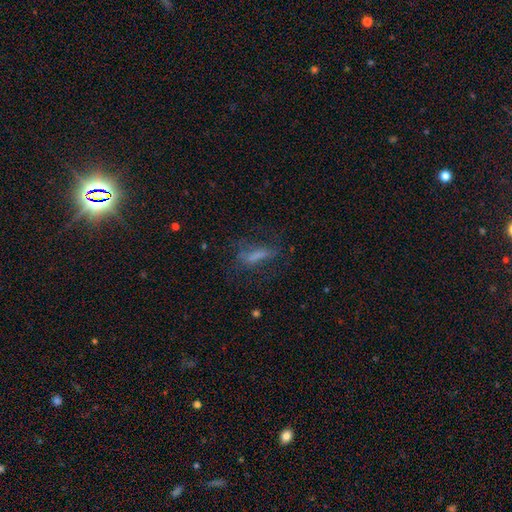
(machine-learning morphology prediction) Smooth or featured: smooth — 50% (featured or disk — 33%)
Merging: none — 52% (major disturbance — 25%)